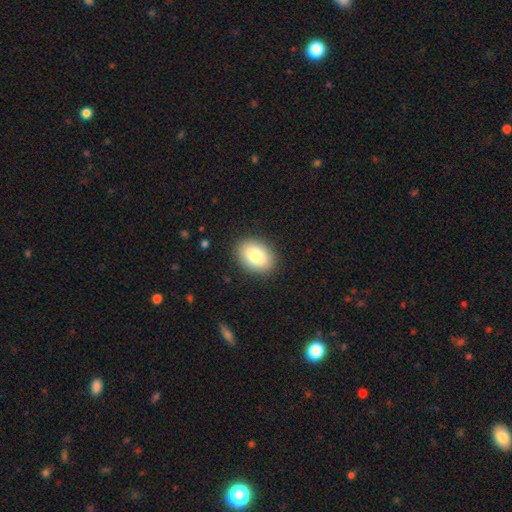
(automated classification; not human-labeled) Smooth or featured?
  - smooth: 84% *
  - featured or disk: 9%
  - star or artifact: 7%
How rounded?
  - in between: 74% *
  - round: 25%
  - cigar-shaped: 1%
Merging?
  - none: 88% *
  - minor disturbance: 8%
  - major disturbance: 2%
  - merger: 1%